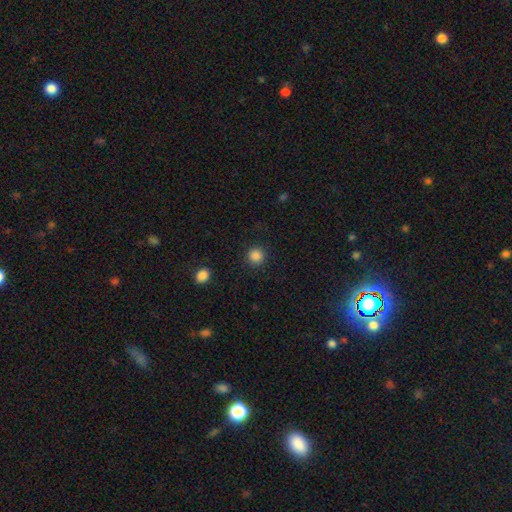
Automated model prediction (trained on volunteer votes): Morphology: type=smooth (86%); roundness=round (94%); merging=none (91%).